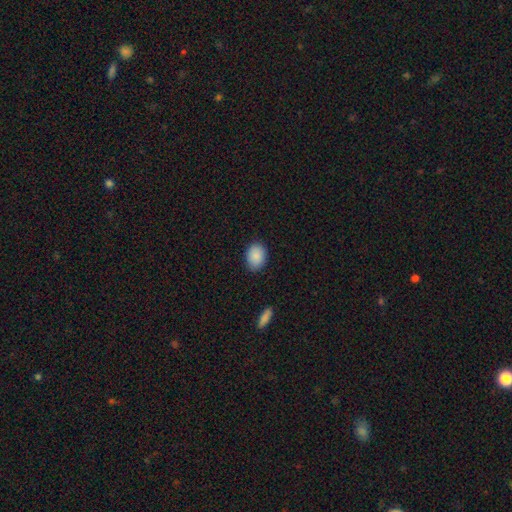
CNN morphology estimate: type=smooth (89%); roundness=in between (71%); merging=none (86%).